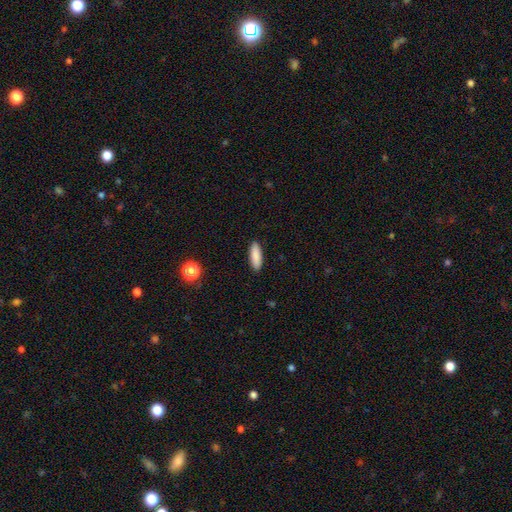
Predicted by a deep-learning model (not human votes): The model was most divided on "how rounded": in between: 53%, cigar-shaped: 45%, round: 2%. More confident: merging — none (90%); smooth or featured — smooth (88%).